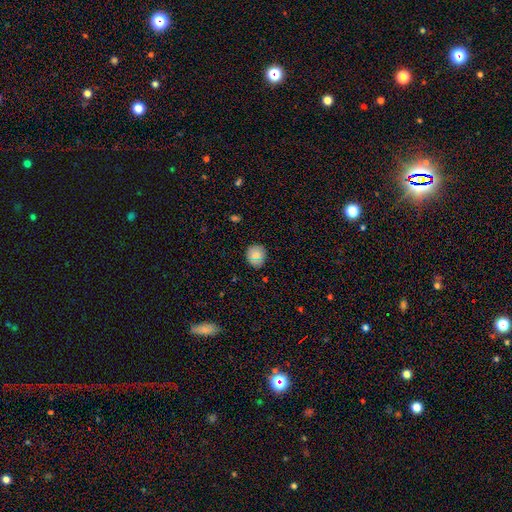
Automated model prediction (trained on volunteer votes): A smooth galaxy with no disk features (77%) that is round (87%). Merging: none (85%).